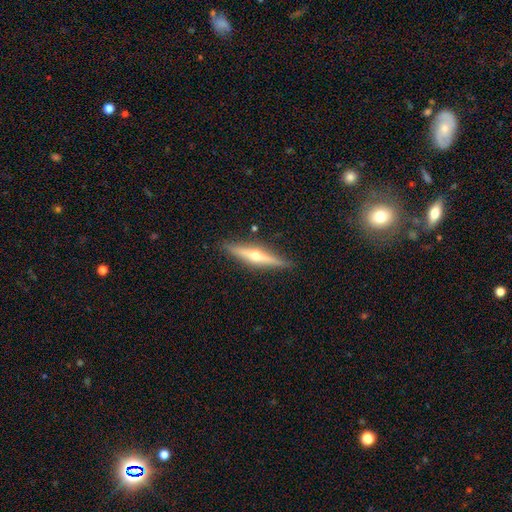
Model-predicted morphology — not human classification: smooth_or_featured: featured or disk (p=0.71) [alt: smooth p=0.23]
disk_edge_on: yes (p=0.97) [alt: no p=0.03]
edge_on_bulge: rounded (p=0.91) [alt: none p=0.06]
merging: none (p=0.90) [alt: minor disturbance p=0.07]